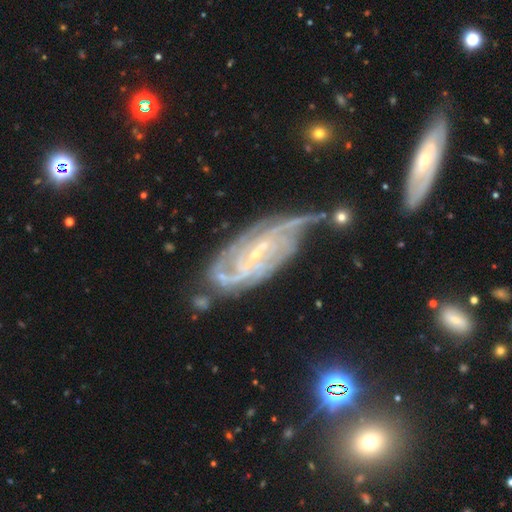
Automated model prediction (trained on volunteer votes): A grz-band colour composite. It shows a featured or disk galaxy (86%) with a weak bar (40%, tied with no), tight (50%) spiral arms (96%) and a small central bulge (82%). Merging: none (45%).